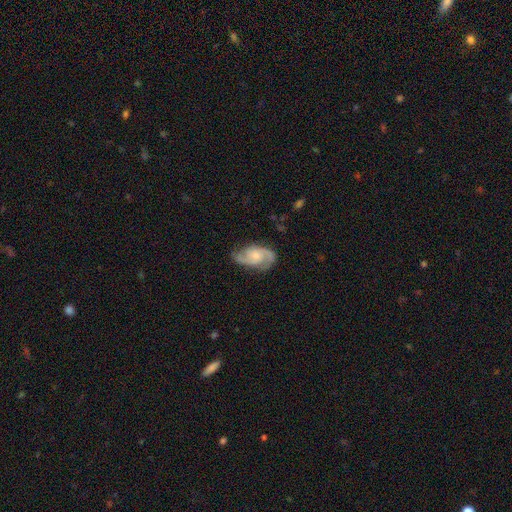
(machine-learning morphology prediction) featured or disk 84%, smooth 11%, star or artifact 5%. Down the decision tree: edge-on disk — no (97%); bar — no (63%); spiral arms — yes (97%); spiral arm count — 2 (86%); spiral winding — medium (53%); bulge size — small (48%); merging — none (74%).